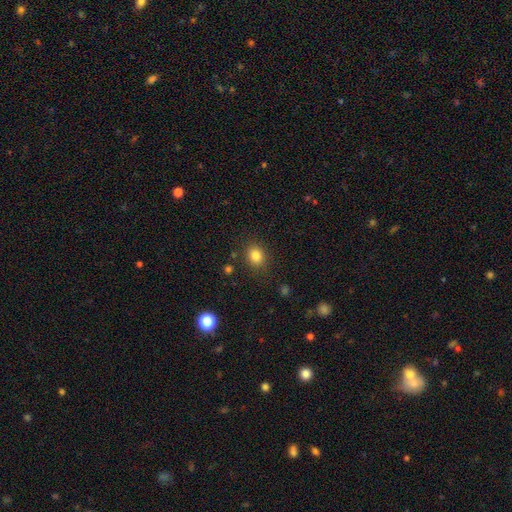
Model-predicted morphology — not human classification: A smooth galaxy with no disk features (83%) that is round (68%). Merging: none (85%).